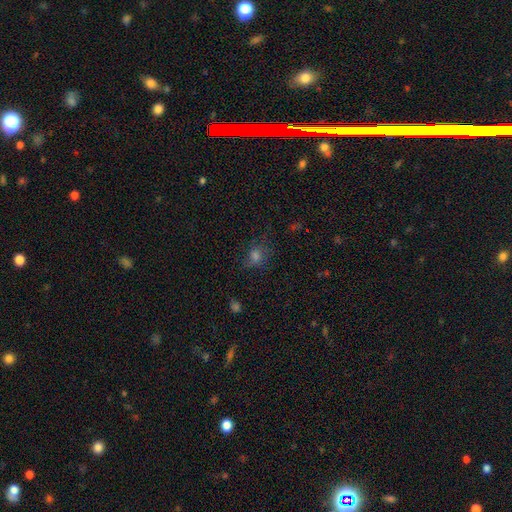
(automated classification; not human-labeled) Overall: smooth (59%; star or artifact 27%). How rounded: round (64%; in between 35%). Merging: none (60%; minor disturbance 22%).